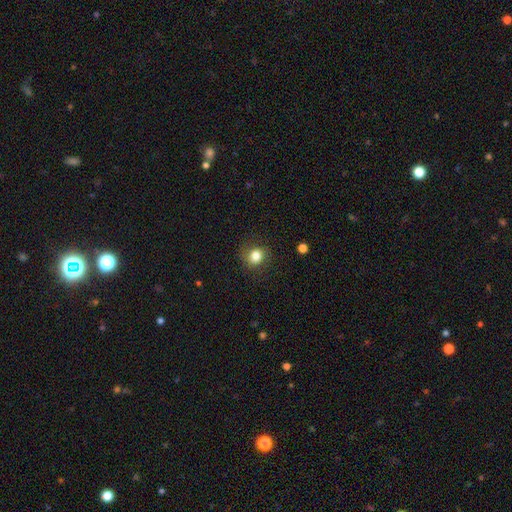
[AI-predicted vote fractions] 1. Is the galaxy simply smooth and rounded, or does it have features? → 82% smooth, 10% star or artifact, 8% featured or disk.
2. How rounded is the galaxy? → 74% round, 25% in between, 1% cigar-shaped.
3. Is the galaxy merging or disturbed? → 80% none, 14% minor disturbance, 5% major disturbance, 1% merger.